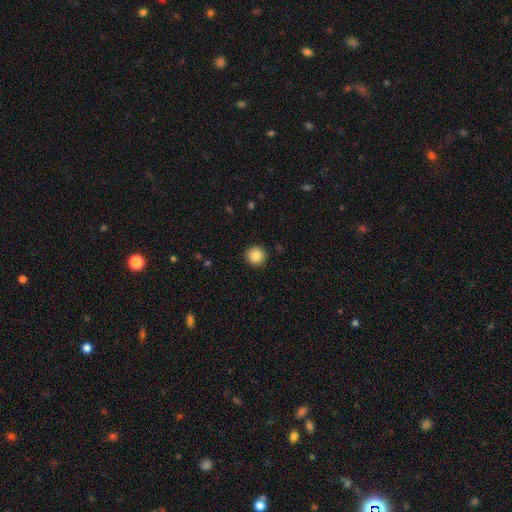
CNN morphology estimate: This is clearly a smooth galaxy (86%). How rounded: clearly round (95%). Merging: clearly none (92%).